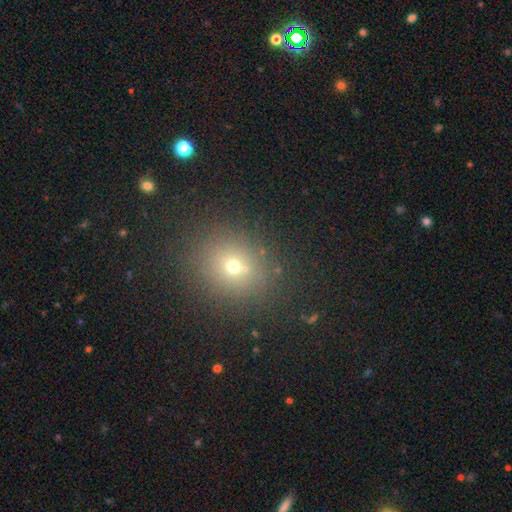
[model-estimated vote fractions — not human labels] smooth_or_featured: smooth (p=0.61) [alt: star or artifact p=0.29]
how_rounded: round (p=0.69) [alt: in between p=0.30]
merging: none (p=0.88) [alt: minor disturbance p=0.07]